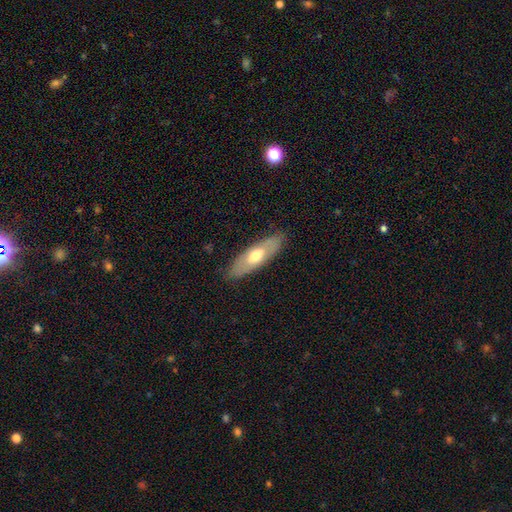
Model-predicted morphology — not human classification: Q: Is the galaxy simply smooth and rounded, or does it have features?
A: smooth — 52%.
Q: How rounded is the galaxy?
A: in between — 60%.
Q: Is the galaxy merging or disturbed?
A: none — 83%.